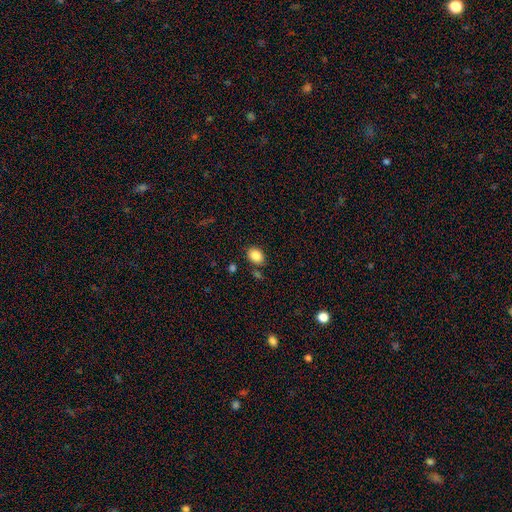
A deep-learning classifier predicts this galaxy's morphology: This is clearly a smooth galaxy (86%). How rounded: likely in between (61%). Merging: clearly none (81%).